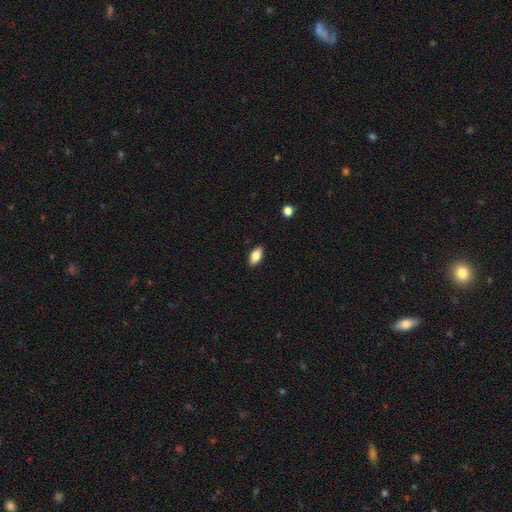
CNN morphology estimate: This is clearly a smooth galaxy (82%). How rounded: clearly in between (90%). Merging: clearly none (89%).